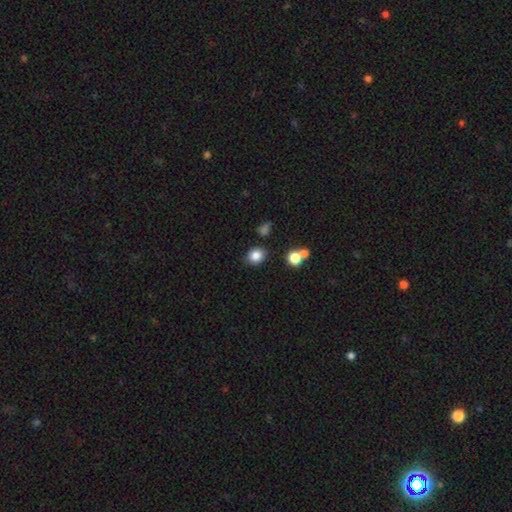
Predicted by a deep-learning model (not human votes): A smooth galaxy with no disk features (84%) that is round (65%).

Vote fractions:
- Smooth or featured? smooth: 84% / star or artifact: 11% / featured or disk: 5%
- How rounded? round: 65% / in between: 34% / cigar-shaped: 1%
- Merging? none: 81% / minor disturbance: 10% / merger: 5% / major disturbance: 3%